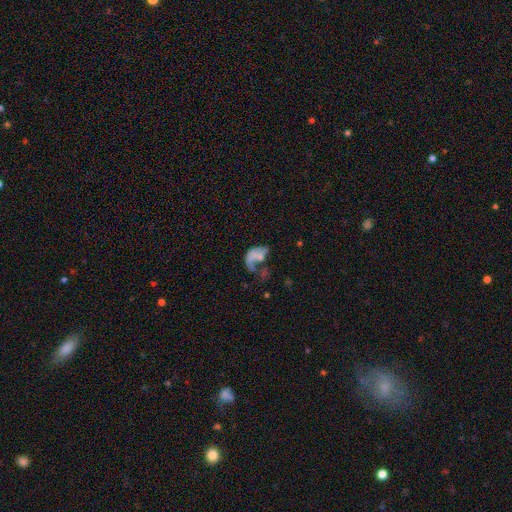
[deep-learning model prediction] Q: Smooth or featured?
A: featured or disk (46%); runner-up: smooth (41%)
Q: Merging?
A: major disturbance (46%); runner-up: merger (25%)